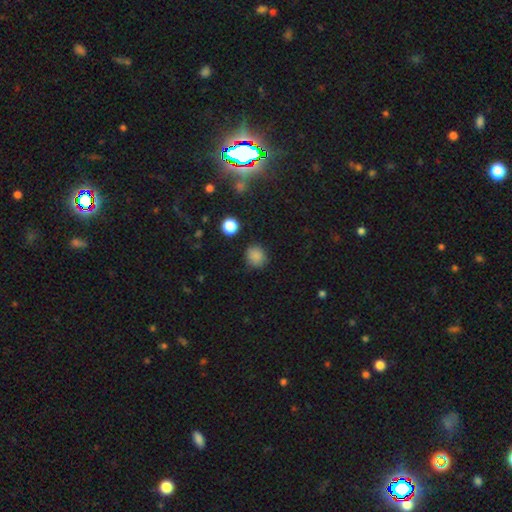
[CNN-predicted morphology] The model was most divided on "smooth or featured": smooth: 84%, star or artifact: 12%, featured or disk: 4%. More confident: how rounded — round (88%); merging — none (85%).